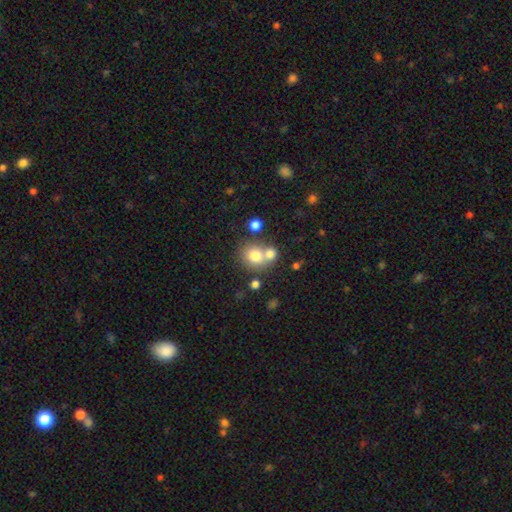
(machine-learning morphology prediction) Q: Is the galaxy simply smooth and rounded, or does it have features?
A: smooth — 75%.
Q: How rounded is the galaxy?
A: round — 77%.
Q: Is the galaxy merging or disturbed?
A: none — 45%.